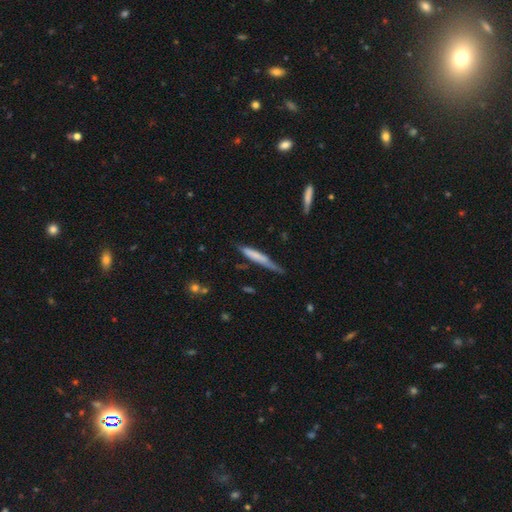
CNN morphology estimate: Overall: smooth (64%; featured or disk 30%). How rounded: cigar-shaped (93%). Merging: none (54%; minor disturbance 33%).